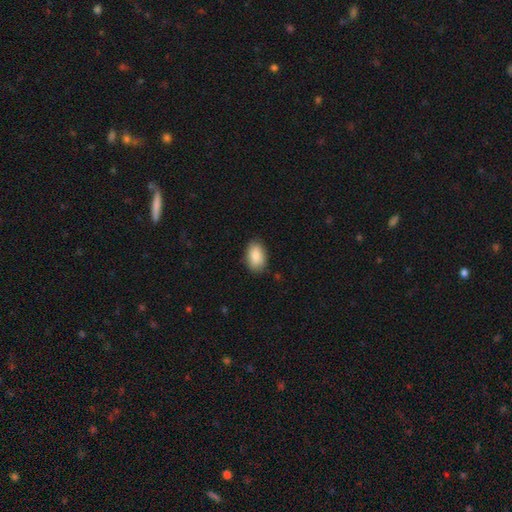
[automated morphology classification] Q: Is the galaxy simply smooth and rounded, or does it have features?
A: smooth — 86%.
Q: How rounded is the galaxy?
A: in between — 91%.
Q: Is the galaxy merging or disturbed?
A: none — 83%.